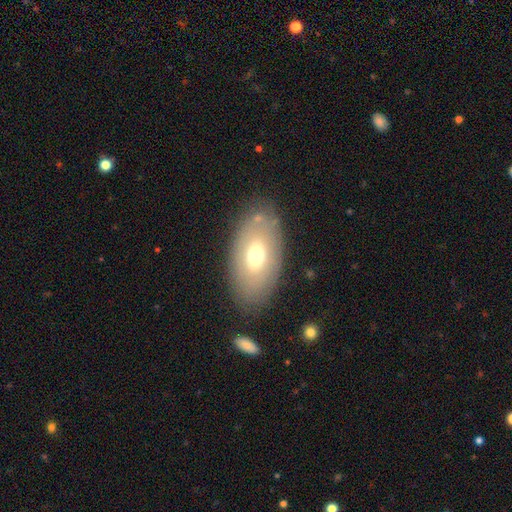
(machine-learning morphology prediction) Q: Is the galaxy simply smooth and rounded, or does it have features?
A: smooth — 62%.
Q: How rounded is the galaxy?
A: in between — 93%.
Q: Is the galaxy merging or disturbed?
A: none — 79%.